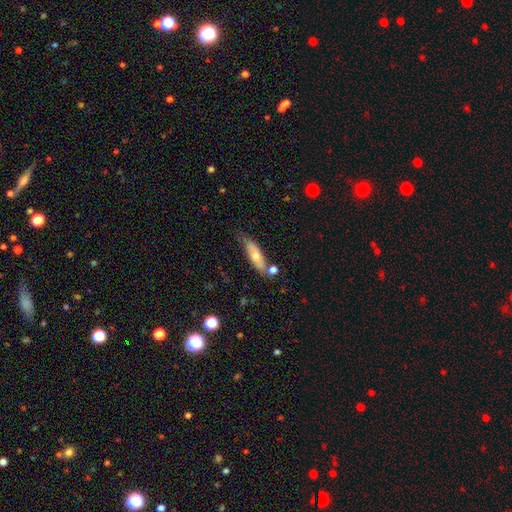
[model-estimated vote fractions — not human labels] A smooth galaxy with no disk features (55%) that is cigar-shaped (60%). Merging: none (62%).